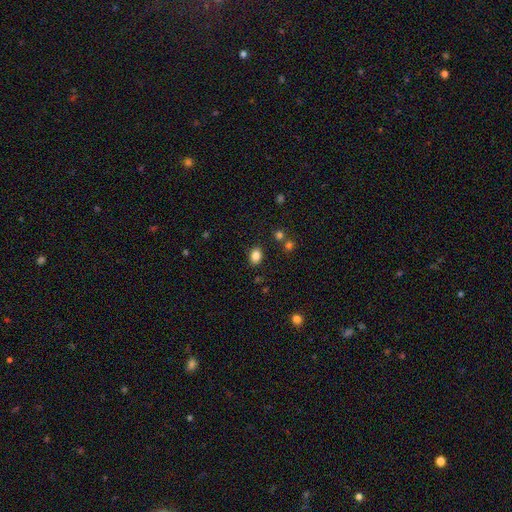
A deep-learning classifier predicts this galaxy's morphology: smooth-or-featured: smooth: 84% | star or artifact: 11% | featured or disk: 5%
  how-rounded: in between: 69% | round: 30% | cigar-shaped: 1%
  merging: none: 84% | minor disturbance: 10% | merger: 3% | major disturbance: 3%